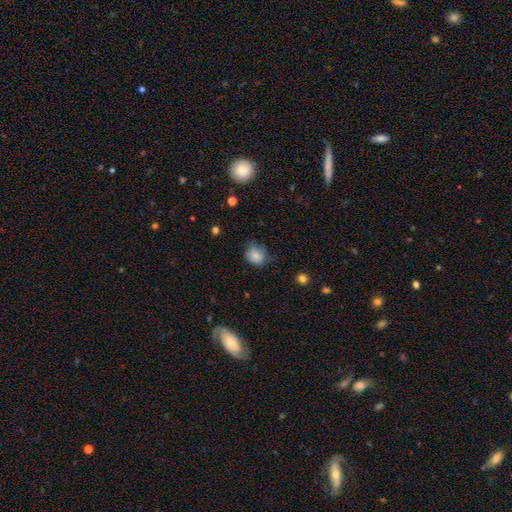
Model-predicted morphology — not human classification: The model was most divided on "merging": none: 62%, minor disturbance: 29%, major disturbance: 7%, merger: 2%. More confident: smooth or featured — smooth (81%); how rounded — round (66%).